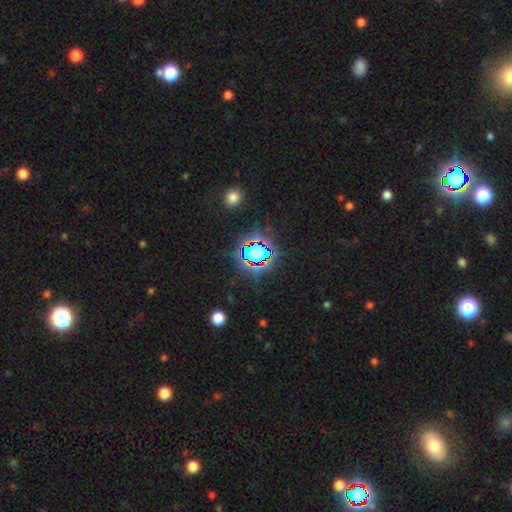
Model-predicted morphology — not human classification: A star or artifact, not a galaxy (70%).